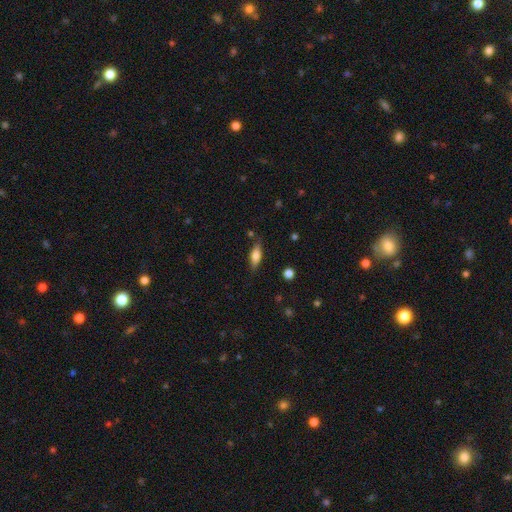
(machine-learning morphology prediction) Smooth or featured?
  - smooth: 65% *
  - featured or disk: 28%
  - star or artifact: 7%
How rounded?
  - in between: 60% *
  - cigar-shaped: 37%
  - round: 3%
Merging?
  - none: 79% *
  - minor disturbance: 15%
  - major disturbance: 3%
  - merger: 2%